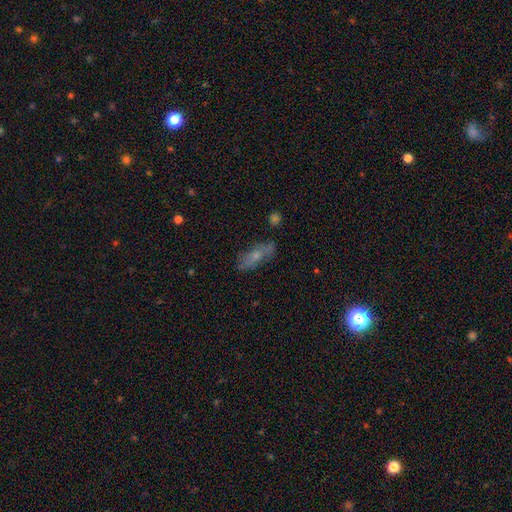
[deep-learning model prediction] smooth_or_featured: smooth (p=0.54) [alt: featured or disk p=0.36]
how_rounded: in between (p=0.56) [alt: cigar-shaped p=0.40]
merging: none (p=0.69) [alt: minor disturbance p=0.20]